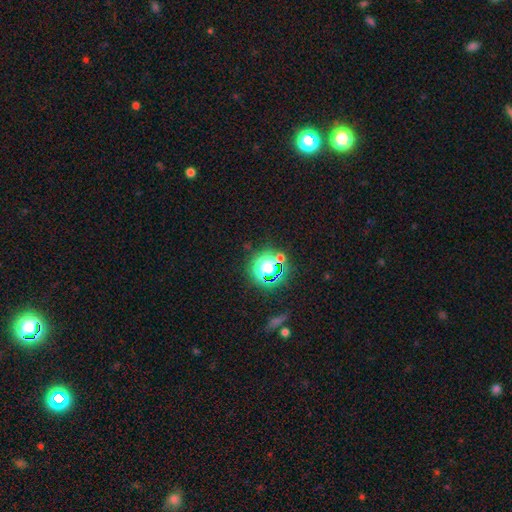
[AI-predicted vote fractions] The model was most divided on "smooth or featured": star or artifact: 78%, smooth: 15%, featured or disk: 7%.